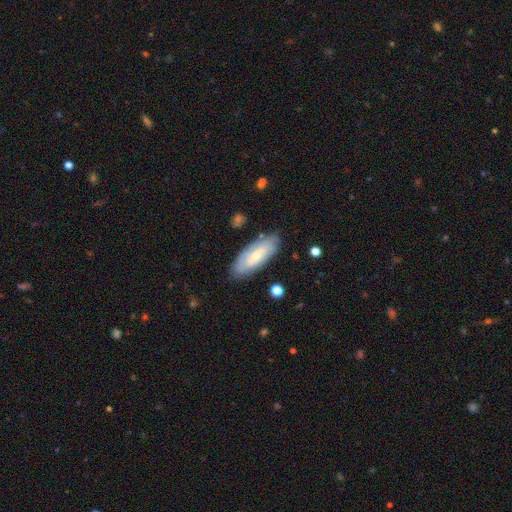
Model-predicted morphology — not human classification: A smooth galaxy with no disk features (50%).

Vote fractions:
- Smooth or featured? smooth: 50% / featured or disk: 44% / star or artifact: 6%
- Merging? none: 81% / minor disturbance: 14% / major disturbance: 3% / merger: 2%